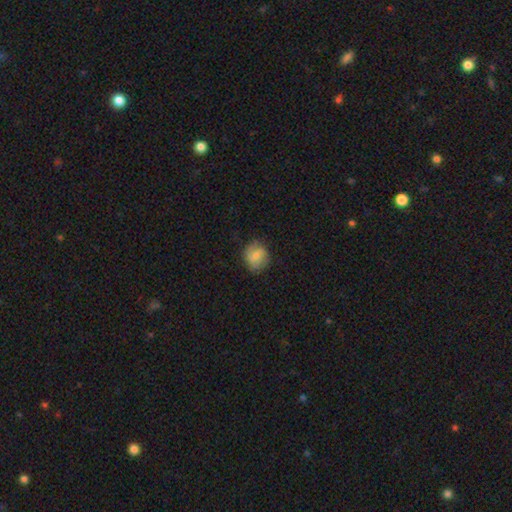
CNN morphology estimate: type=smooth (64%); roundness=round (74%); merging=none (78%).